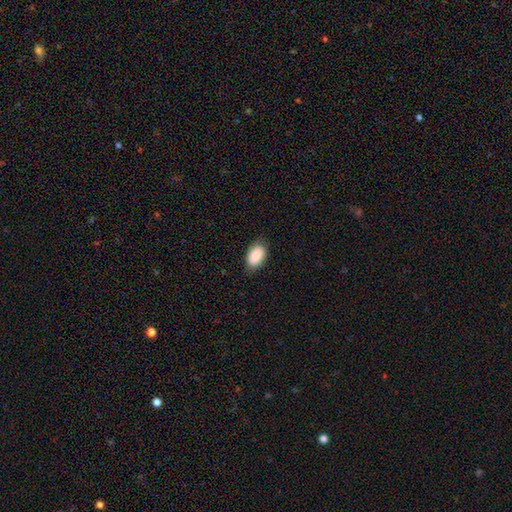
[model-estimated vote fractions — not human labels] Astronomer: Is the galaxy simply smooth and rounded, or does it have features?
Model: smooth — 88%.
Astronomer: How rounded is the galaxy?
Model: in between — 93%.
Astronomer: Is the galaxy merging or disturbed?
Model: none — 82%.